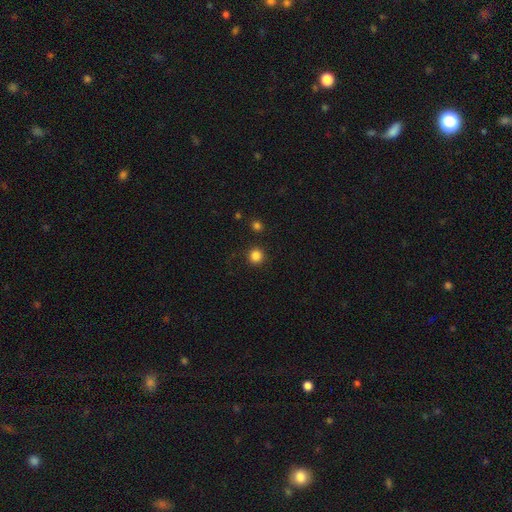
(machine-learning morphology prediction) Smooth or featured?
  - smooth: 85% *
  - star or artifact: 12%
  - featured or disk: 3%
How rounded?
  - round: 92% *
  - in between: 7%
  - cigar-shaped: 1%
Merging?
  - none: 89% *
  - minor disturbance: 6%
  - major disturbance: 2%
  - merger: 2%